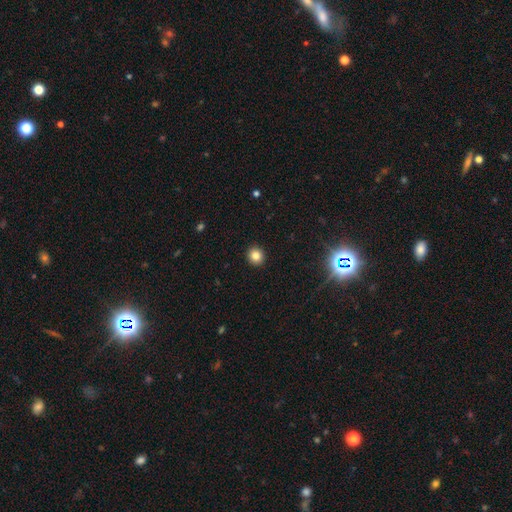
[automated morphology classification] A smooth galaxy with no disk features (83%) that is round (89%). Merging: none (93%).